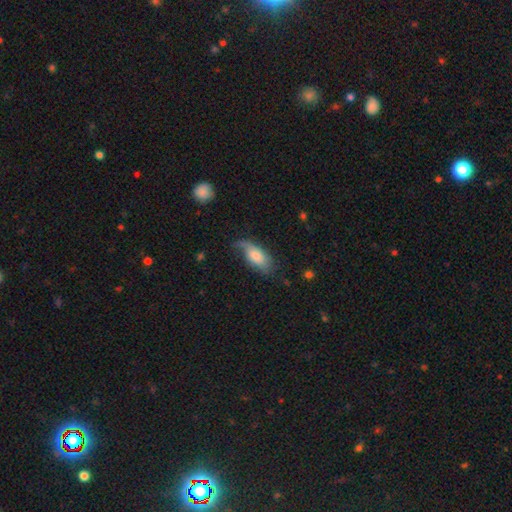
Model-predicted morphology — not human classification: Smooth or featured? smooth (66%)
How rounded? in between (85%)
Merging? none (46%)